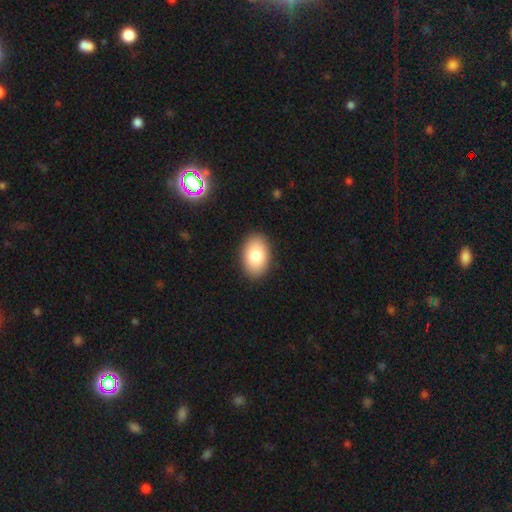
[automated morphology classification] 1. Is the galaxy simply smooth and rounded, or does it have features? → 81% smooth, 12% featured or disk, 7% star or artifact.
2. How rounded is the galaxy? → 87% in between, 12% round, 1% cigar-shaped.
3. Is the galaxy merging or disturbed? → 90% none, 7% minor disturbance, 2% major disturbance, 1% merger.